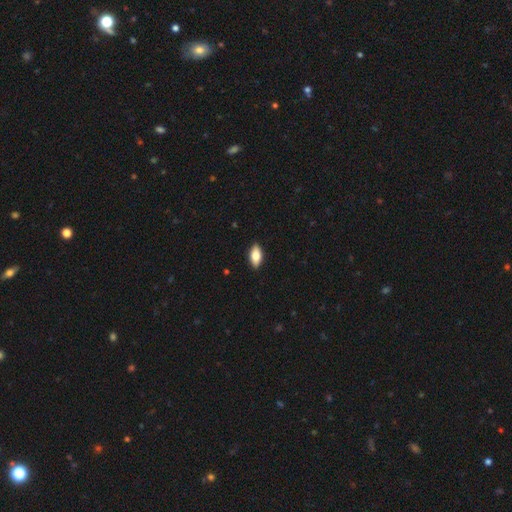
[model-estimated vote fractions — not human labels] Smooth or featured? smooth (73%)
How rounded? in between (87%)
Merging? none (89%)